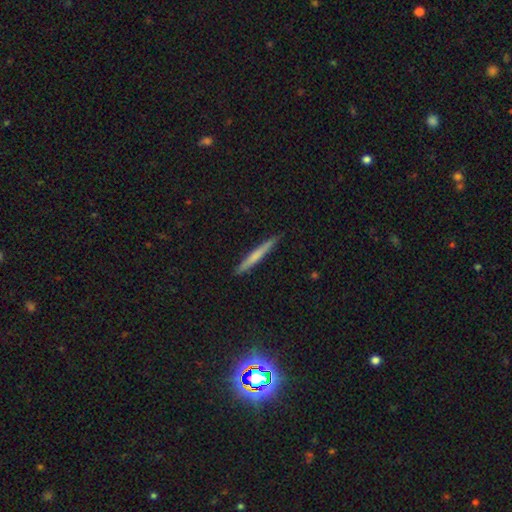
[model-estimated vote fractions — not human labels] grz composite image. It shows a smooth galaxy with no disk features (58%) that is cigar-shaped (96%). Merging: none (91%).